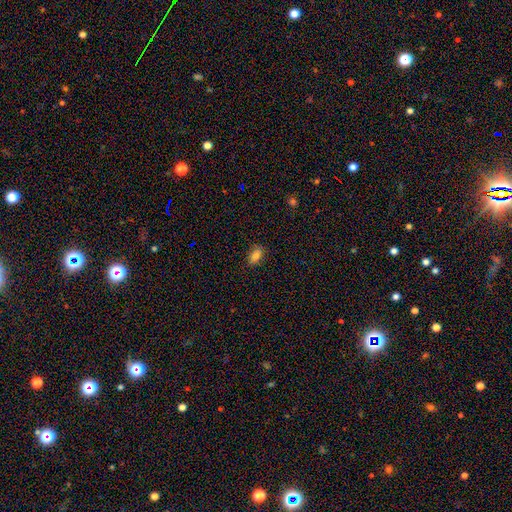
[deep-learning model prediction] smooth_or_featured: smooth (p=0.81) [alt: star or artifact p=0.10]
how_rounded: in between (p=0.88) [alt: round p=0.06]
merging: none (p=0.84) [alt: minor disturbance p=0.13]